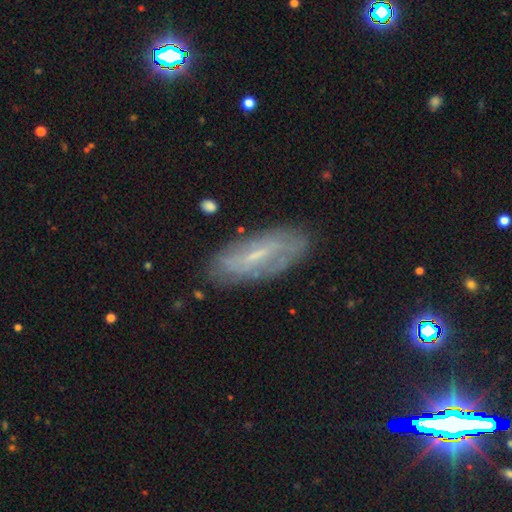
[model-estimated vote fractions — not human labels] This appears to be a featured or disk galaxy (61%). Merging: none (78%).